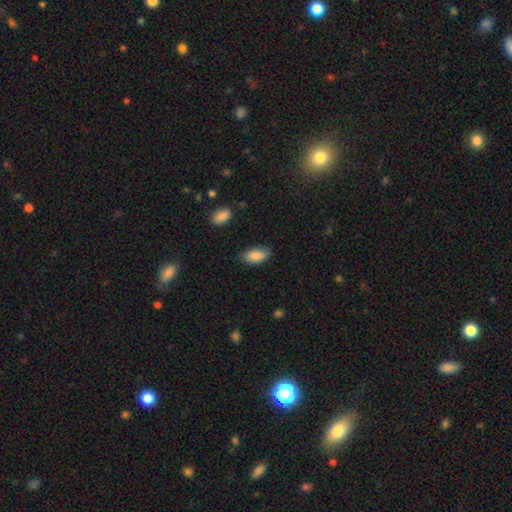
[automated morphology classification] Overall: smooth (87%). How rounded: in between (93%). Merging: none (77%).